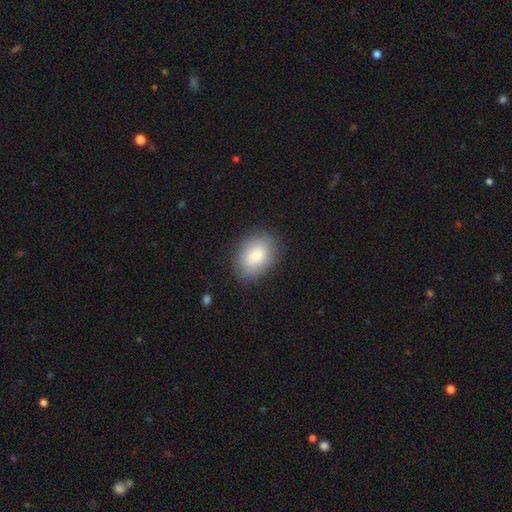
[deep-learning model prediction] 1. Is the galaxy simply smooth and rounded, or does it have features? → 84% smooth, 9% featured or disk, 7% star or artifact.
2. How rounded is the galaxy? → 79% in between, 20% round, 1% cigar-shaped.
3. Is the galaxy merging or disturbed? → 83% none, 12% minor disturbance, 4% major disturbance, 1% merger.